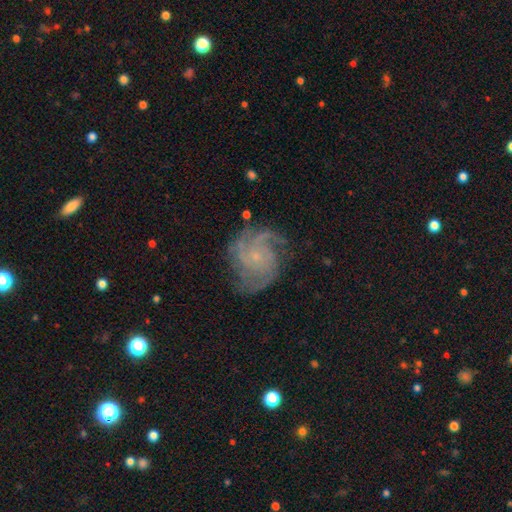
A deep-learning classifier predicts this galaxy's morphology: Overall: featured or disk (88%). Edge-on disk: no (98%). Bar: no (76%). Spiral arms: yes (97%). Spiral arm count: 3 (36%; 2 20%). Spiral winding: tight (48%; medium 42%). Bulge size: small (82%). Merging: none (72%).